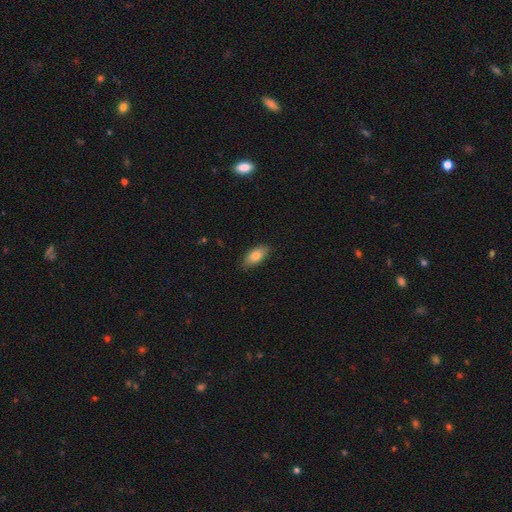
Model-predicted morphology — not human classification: A smooth galaxy with no disk features (81%) that is in between round and cigar-shaped (89%).

Vote fractions:
- Smooth or featured? smooth: 81% / featured or disk: 12% / star or artifact: 7%
- How rounded? in between: 89% / cigar-shaped: 8% / round: 3%
- Merging? none: 84% / minor disturbance: 12% / major disturbance: 2% / merger: 1%